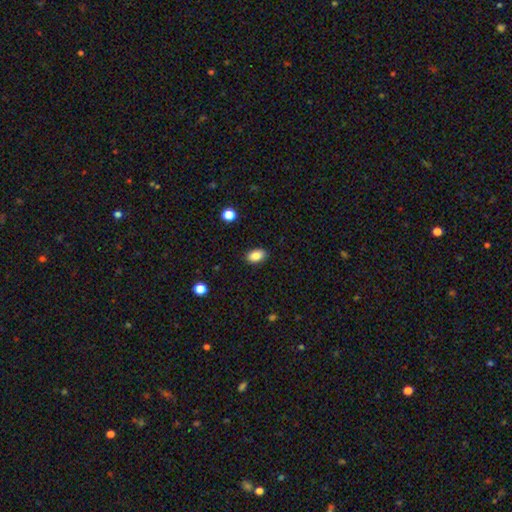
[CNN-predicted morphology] smooth 86%, star or artifact 8%, featured or disk 5%. Down the decision tree: how rounded — in between (89%); merging — none (89%).